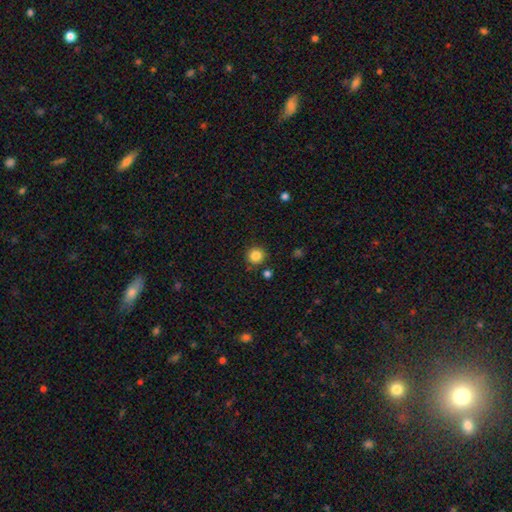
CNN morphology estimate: smooth_or_featured: smooth (p=0.85) [alt: star or artifact p=0.11]
how_rounded: round (p=0.94) [alt: in between p=0.05]
merging: none (p=0.87) [alt: minor disturbance p=0.07]